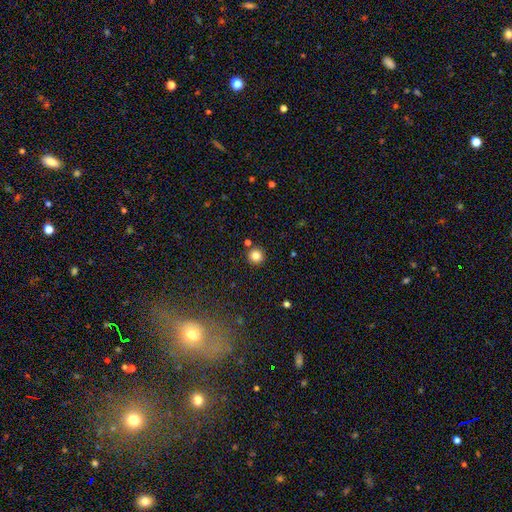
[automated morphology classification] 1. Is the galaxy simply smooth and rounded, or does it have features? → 83% smooth, 12% star or artifact, 5% featured or disk.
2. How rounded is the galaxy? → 95% round, 4% in between, 1% cigar-shaped.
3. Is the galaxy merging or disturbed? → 89% none, 5% minor disturbance, 4% merger, 2% major disturbance.